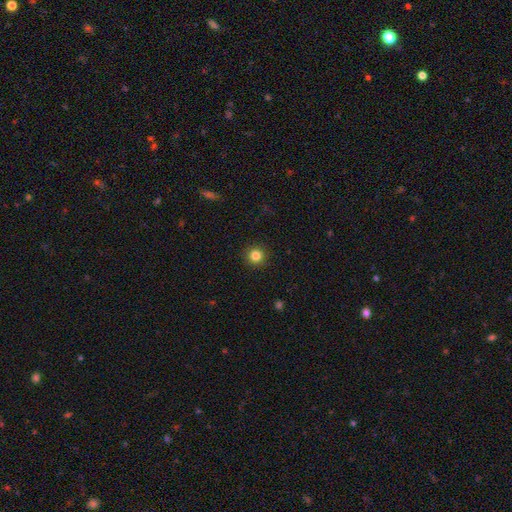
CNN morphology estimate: Smooth or featured?
  - smooth: 84% *
  - star or artifact: 12%
  - featured or disk: 5%
How rounded?
  - round: 95% *
  - in between: 4%
  - cigar-shaped: 1%
Merging?
  - none: 92% *
  - minor disturbance: 5%
  - major disturbance: 2%
  - merger: 1%